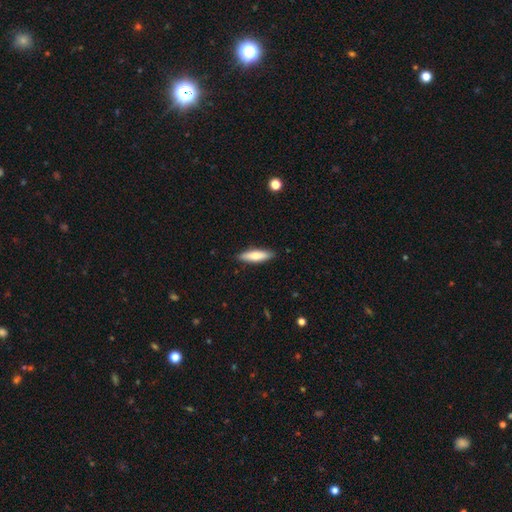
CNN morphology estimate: Smooth or featured?
  - smooth: 70% *
  - featured or disk: 25%
  - star or artifact: 6%
How rounded?
  - cigar-shaped: 65% *
  - in between: 34%
  - round: 2%
Merging?
  - none: 89% *
  - minor disturbance: 9%
  - major disturbance: 2%
  - merger: 1%